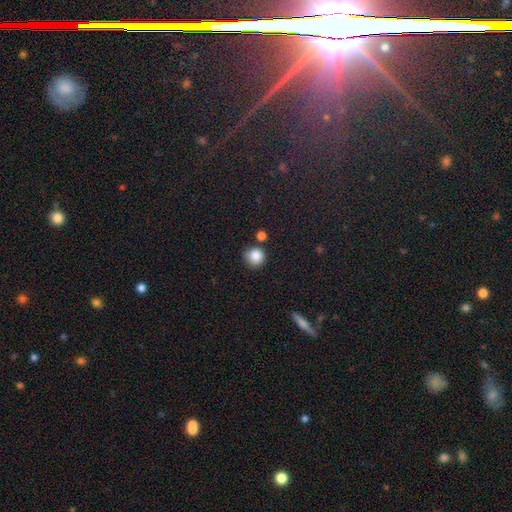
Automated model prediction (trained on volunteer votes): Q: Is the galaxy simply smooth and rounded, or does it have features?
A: smooth — 85%.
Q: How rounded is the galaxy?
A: round — 92%.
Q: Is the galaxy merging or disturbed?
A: none — 71%.